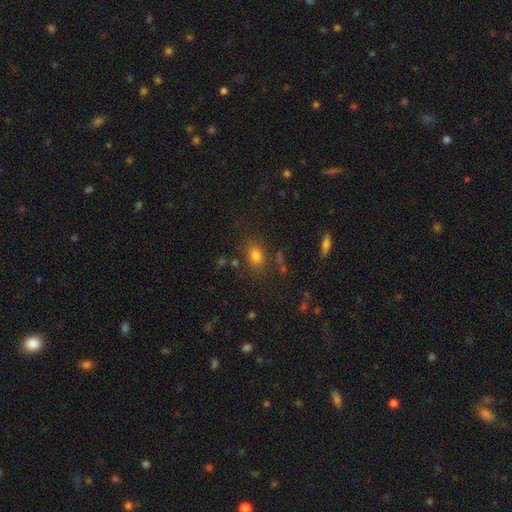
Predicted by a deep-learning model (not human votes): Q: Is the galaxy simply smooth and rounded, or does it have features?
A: smooth — 75%.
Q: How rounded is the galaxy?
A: in between — 67%.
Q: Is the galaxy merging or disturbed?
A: none — 75%.